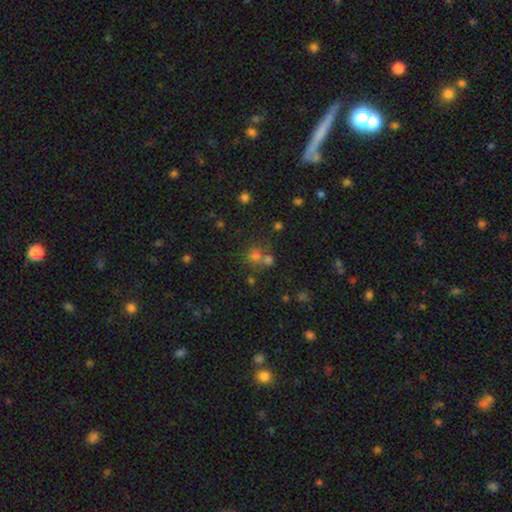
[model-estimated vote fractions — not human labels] Smooth or featured?
  - smooth: 67% *
  - star or artifact: 23%
  - featured or disk: 10%
How rounded?
  - round: 85% *
  - in between: 14%
  - cigar-shaped: 1%
Merging?
  - none: 52% *
  - merger: 35%
  - minor disturbance: 8%
  - major disturbance: 4%